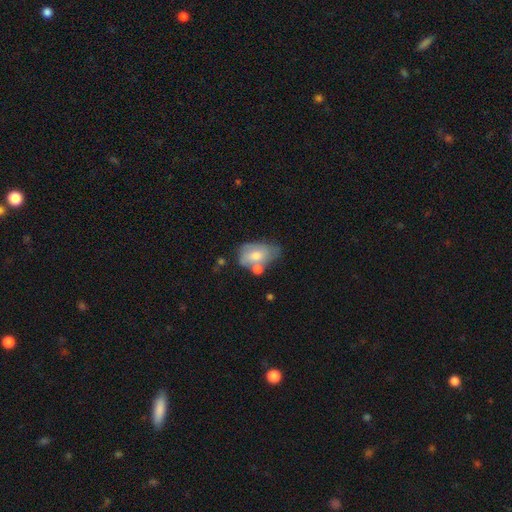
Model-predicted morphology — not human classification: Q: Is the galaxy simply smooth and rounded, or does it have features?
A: smooth — 63%.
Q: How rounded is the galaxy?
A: in between — 87%.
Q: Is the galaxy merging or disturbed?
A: none — 31%.